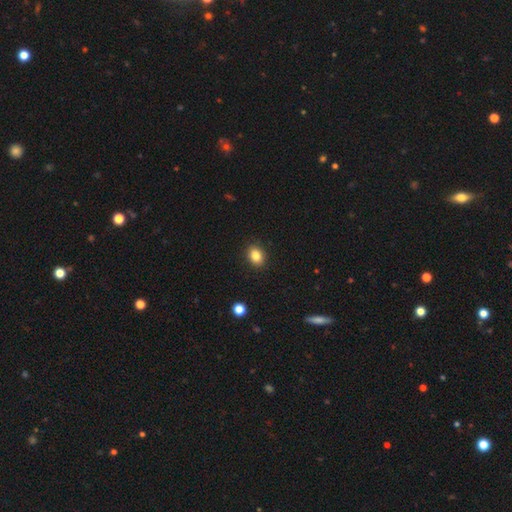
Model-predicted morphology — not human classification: Smooth or featured?
  - smooth: 84% *
  - star or artifact: 10%
  - featured or disk: 6%
How rounded?
  - in between: 55% *
  - round: 44%
  - cigar-shaped: 1%
Merging?
  - none: 90% *
  - minor disturbance: 7%
  - major disturbance: 2%
  - merger: 1%